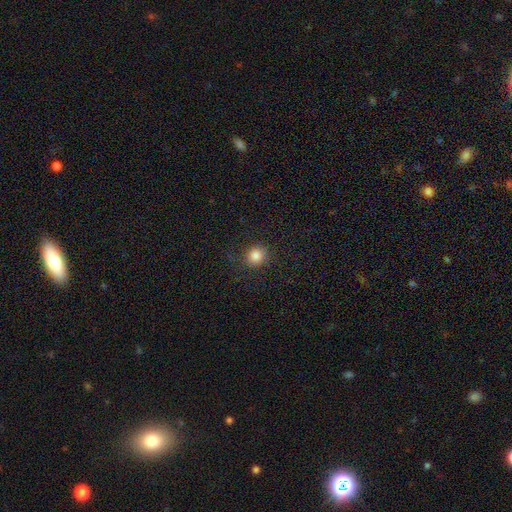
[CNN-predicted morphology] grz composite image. It shows a smooth galaxy with no disk features (84%) that is round (85%). Merging: none (88%).